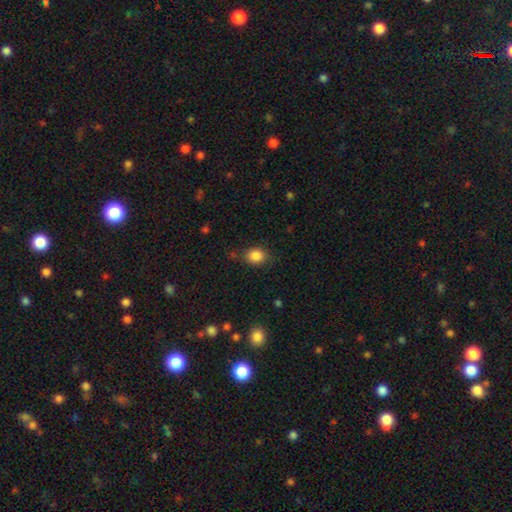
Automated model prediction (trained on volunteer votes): Smooth or featured?
  - smooth: 86% *
  - star or artifact: 9%
  - featured or disk: 5%
How rounded?
  - round: 61% *
  - in between: 38%
  - cigar-shaped: 1%
Merging?
  - none: 74% *
  - minor disturbance: 18%
  - major disturbance: 5%
  - merger: 2%